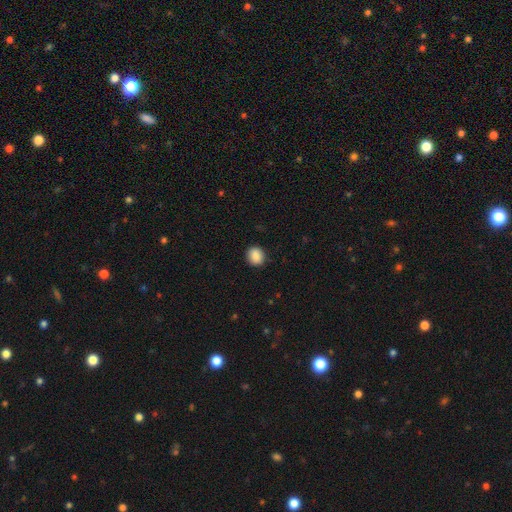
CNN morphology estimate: Q: Smooth or featured?
A: smooth (89%); runner-up: star or artifact (8%)
Q: How rounded?
A: round (71%); runner-up: in between (28%)
Q: Merging?
A: none (89%); runner-up: minor disturbance (8%)